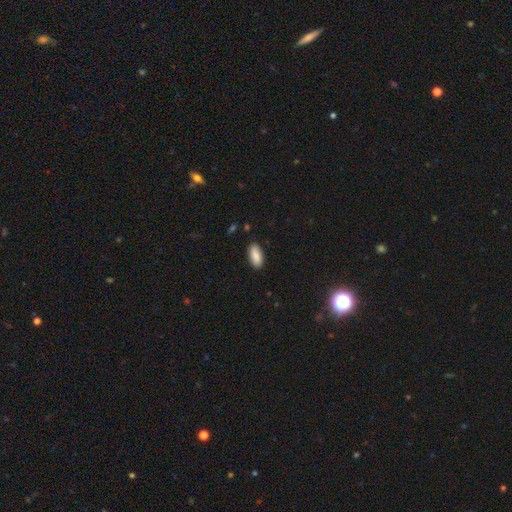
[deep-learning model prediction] The model was most divided on "how rounded": in between: 87%, cigar-shaped: 11%, round: 2%. More confident: merging — none (88%); smooth or featured — smooth (88%).